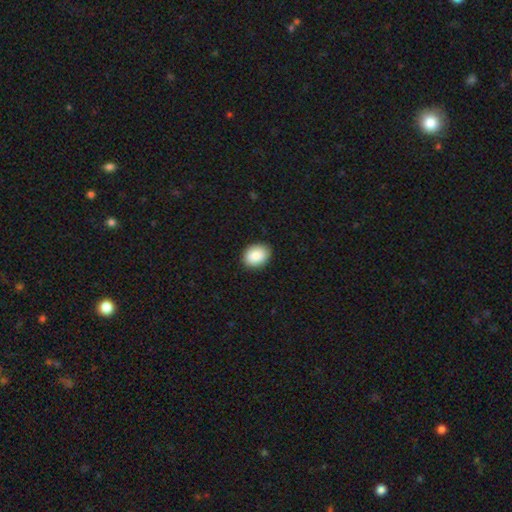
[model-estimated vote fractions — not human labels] smooth-or-featured: smooth: 90% | star or artifact: 7% | featured or disk: 3%
  how-rounded: in between: 66% | round: 33% | cigar-shaped: 1%
  merging: none: 89% | minor disturbance: 8% | major disturbance: 2% | merger: 1%